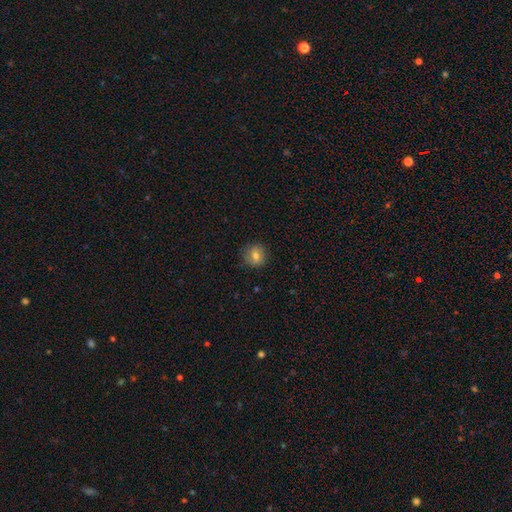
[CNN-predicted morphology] type=smooth (75%); roundness=round (87%); merging=none (85%).